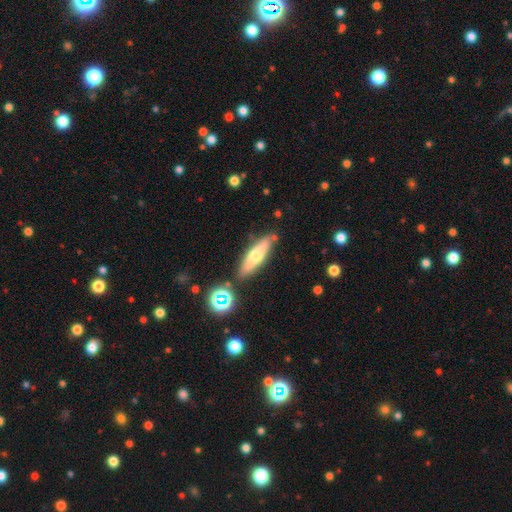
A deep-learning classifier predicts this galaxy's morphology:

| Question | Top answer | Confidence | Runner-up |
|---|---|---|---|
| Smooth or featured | smooth | 57% | featured or disk (35%) |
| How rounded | cigar-shaped | 64% | in between (33%) |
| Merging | none | 79% | minor disturbance (12%) |